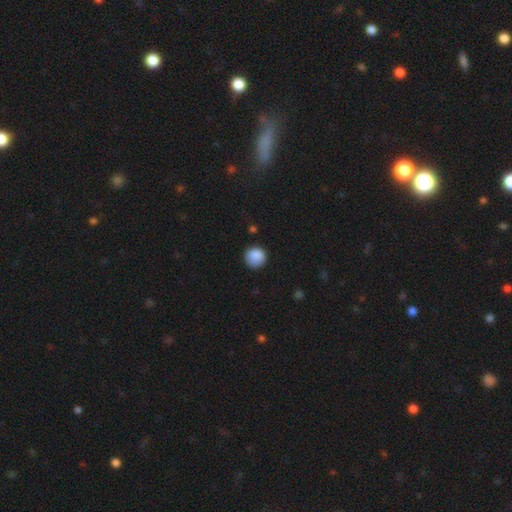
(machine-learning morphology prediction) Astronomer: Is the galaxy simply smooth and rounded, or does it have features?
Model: smooth — 88%.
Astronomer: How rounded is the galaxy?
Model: round — 93%.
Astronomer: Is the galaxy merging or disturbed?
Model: none — 84%.